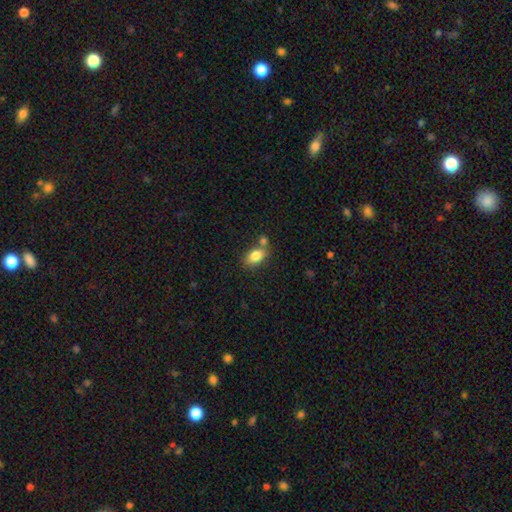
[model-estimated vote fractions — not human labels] Q: Smooth or featured?
A: smooth (82%); runner-up: featured or disk (10%)
Q: How rounded?
A: in between (85%); runner-up: round (12%)
Q: Merging?
A: none (61%); runner-up: merger (22%)